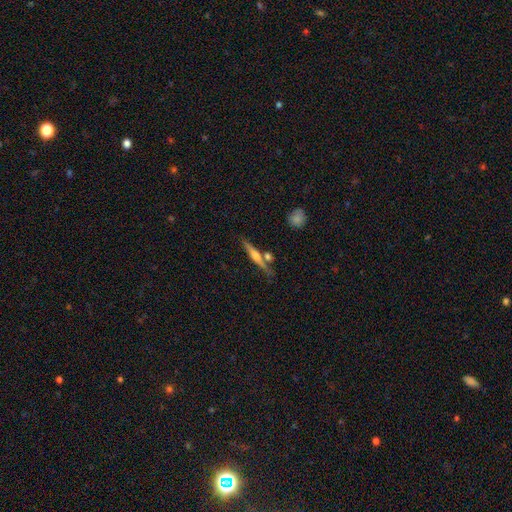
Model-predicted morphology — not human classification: Smooth or featured: featured or disk — 58% (smooth — 36%)
Edge-on disk: yes — 95% (no — 5%)
Edge-on bulge: rounded — 76% (boxy — 13%)
Merging: none — 72% (minor disturbance — 13%)